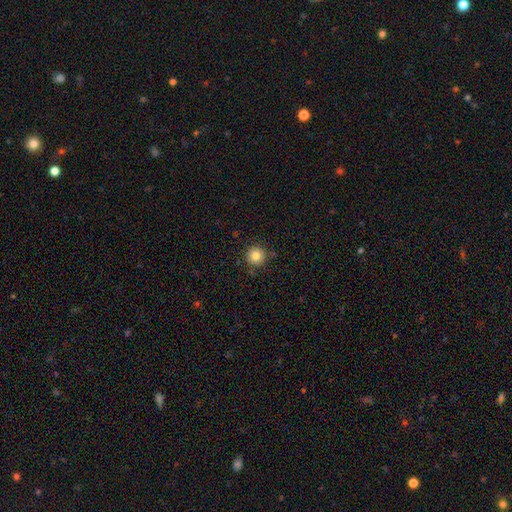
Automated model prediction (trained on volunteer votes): Q: Smooth or featured?
A: smooth (83%); runner-up: star or artifact (10%)
Q: How rounded?
A: round (95%); runner-up: in between (4%)
Q: Merging?
A: none (88%); runner-up: minor disturbance (8%)